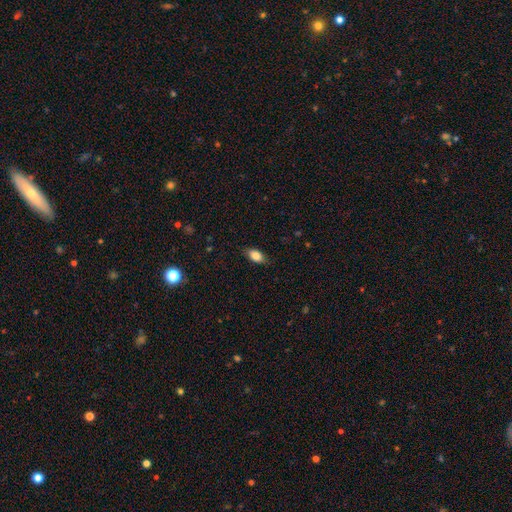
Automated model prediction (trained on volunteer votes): This is clearly a smooth galaxy (83%). How rounded: clearly in between (88%). Merging: clearly none (83%).